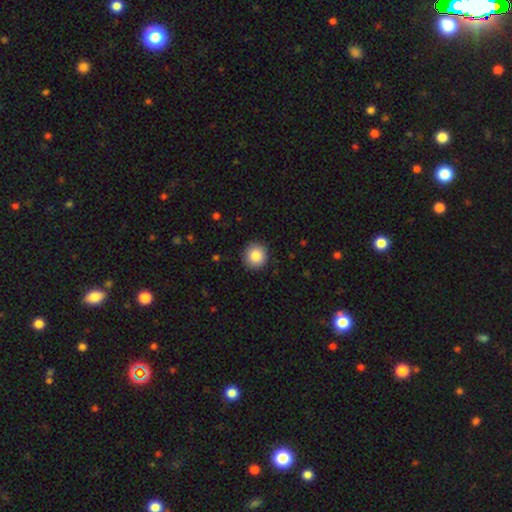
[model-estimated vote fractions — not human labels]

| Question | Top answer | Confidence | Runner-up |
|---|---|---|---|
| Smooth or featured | smooth | 86% | star or artifact (8%) |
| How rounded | round | 94% | in between (5%) |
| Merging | none | 91% | minor disturbance (6%) |